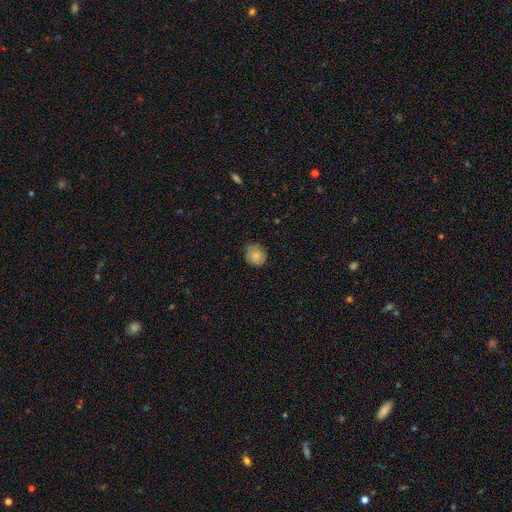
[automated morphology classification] Smooth or featured? Predicted: smooth (p=0.83). How rounded? Predicted: round (p=0.83). Merging? Predicted: none (p=0.78).